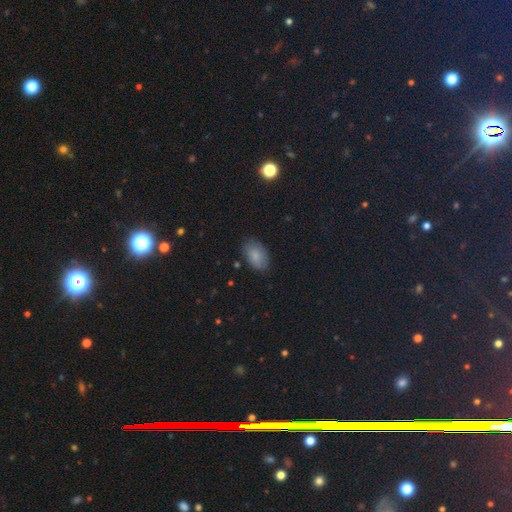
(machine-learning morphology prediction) Q: Smooth or featured?
A: smooth (81%); runner-up: featured or disk (10%)
Q: How rounded?
A: in between (92%); runner-up: round (7%)
Q: Merging?
A: none (79%); runner-up: minor disturbance (16%)